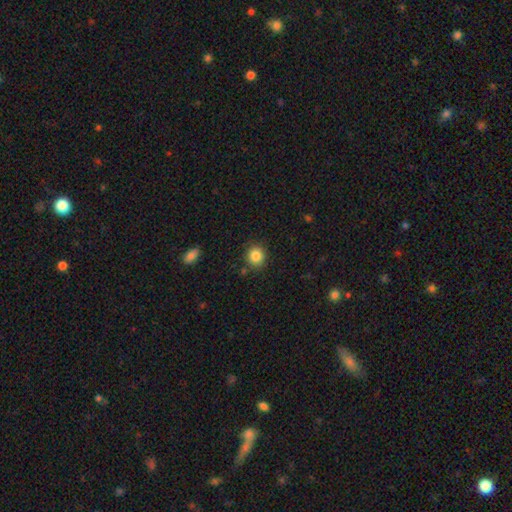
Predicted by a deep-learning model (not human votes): Smooth or featured: smooth — 85% (star or artifact — 10%)
How rounded: round — 84% (in between — 15%)
Merging: none — 85% (minor disturbance — 10%)